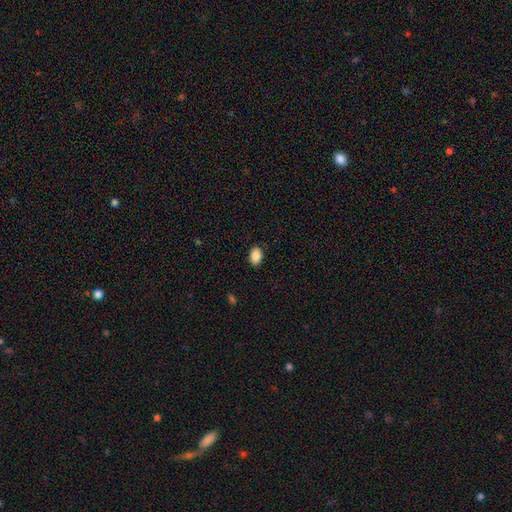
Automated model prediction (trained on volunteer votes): smooth_or_featured: smooth (p=0.89) [alt: star or artifact p=0.08]
how_rounded: in between (p=0.87) [alt: round p=0.11]
merging: none (p=0.87) [alt: minor disturbance p=0.10]